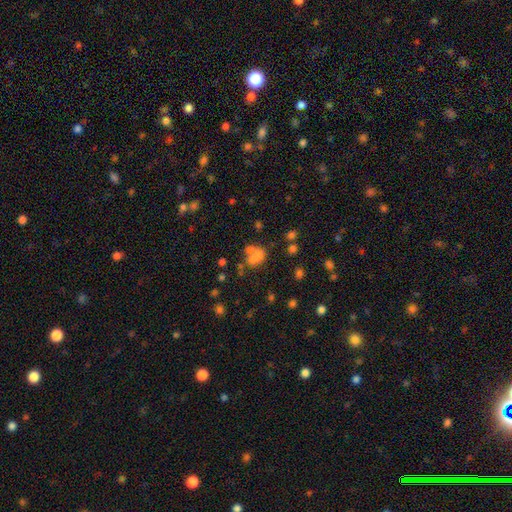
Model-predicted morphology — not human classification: A smooth galaxy with no disk features (60%) that is in between round and cigar-shaped (63%). Merging: merger (42%).